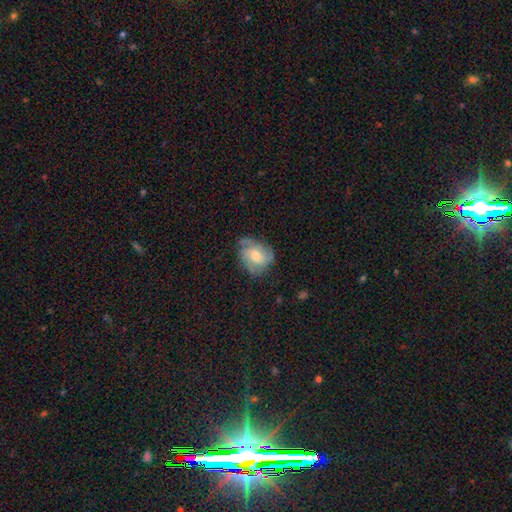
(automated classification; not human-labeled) Smooth or featured? Predicted: featured or disk (p=0.63). Edge-on disk? Predicted: no (p=0.97). Bar? Predicted: no (p=0.60). Spiral arms? Predicted: yes (p=0.87). Spiral winding? Predicted: tight (p=0.43). Spiral arm count? Predicted: 3 (p=0.34). Bulge size? Predicted: moderate (p=0.66). Merging? Predicted: none (p=0.65).